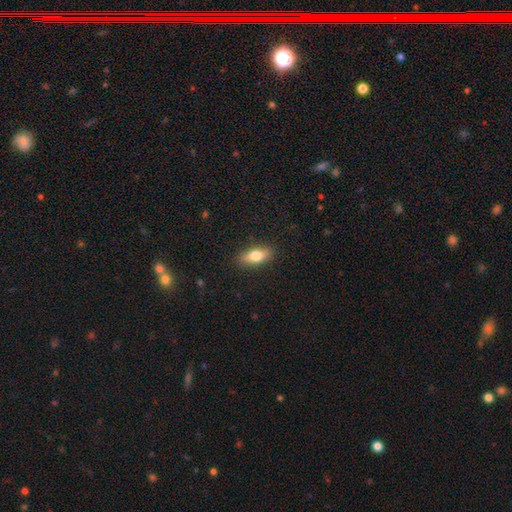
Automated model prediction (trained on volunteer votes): Smooth or featured? Predicted: smooth (p=0.75). How rounded? Predicted: in between (p=0.75). Merging? Predicted: none (p=0.88).